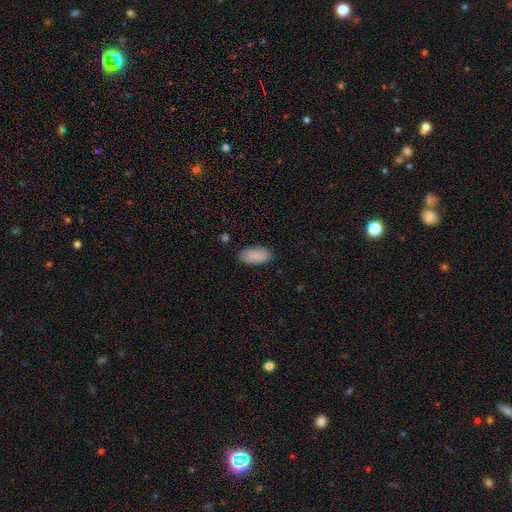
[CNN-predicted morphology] The model was most divided on "merging": none: 82%, minor disturbance: 14%, major disturbance: 3%, merger: 1%. More confident: how rounded — in between (94%); smooth or featured — smooth (83%).